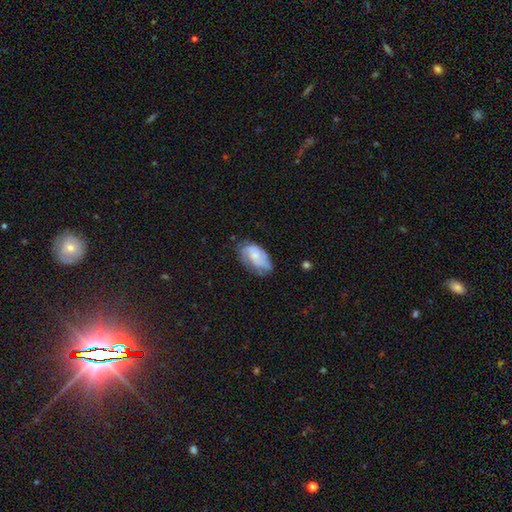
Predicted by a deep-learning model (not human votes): A smooth galaxy with no disk features (47%). Merging: none (54%).